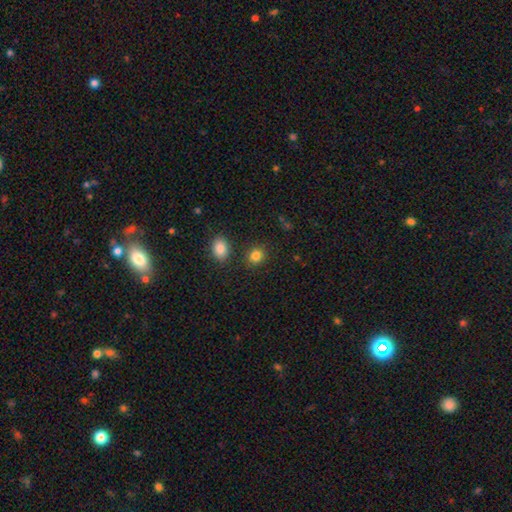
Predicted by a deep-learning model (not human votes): This is clearly a smooth galaxy (84%). How rounded: likely round (75%). Merging: clearly none (84%).